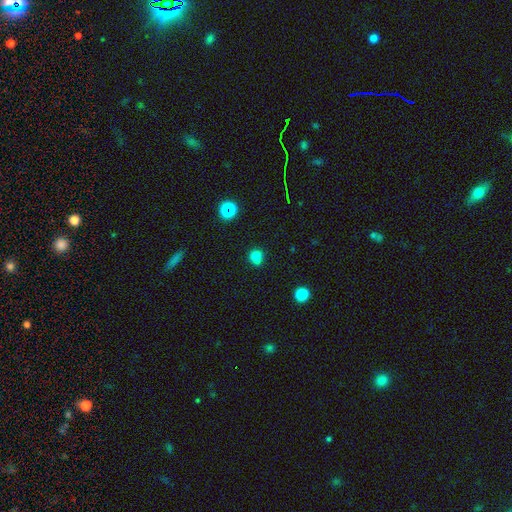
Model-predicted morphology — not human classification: Smooth or featured? smooth (75%)
How rounded? round (76%)
Merging? none (52%)